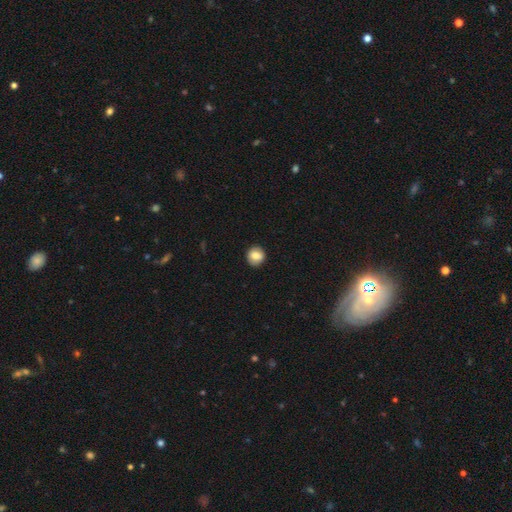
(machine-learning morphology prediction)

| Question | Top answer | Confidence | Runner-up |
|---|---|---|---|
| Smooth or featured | smooth | 80% | featured or disk (12%) |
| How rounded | round | 84% | in between (15%) |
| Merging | none | 89% | minor disturbance (8%) |